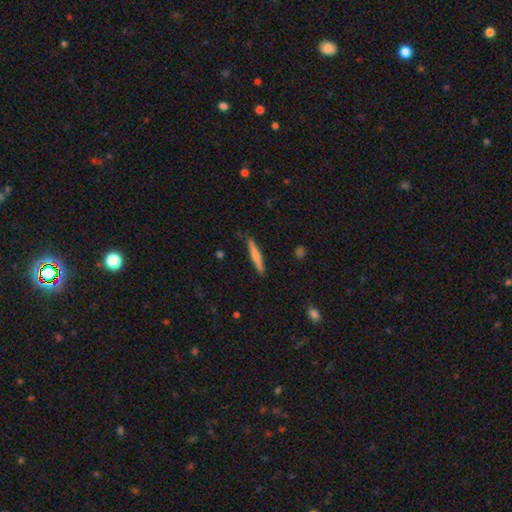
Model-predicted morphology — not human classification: smooth 56%, featured or disk 39%, star or artifact 6%. Down the decision tree: how rounded — cigar-shaped (94%); merging — none (87%).